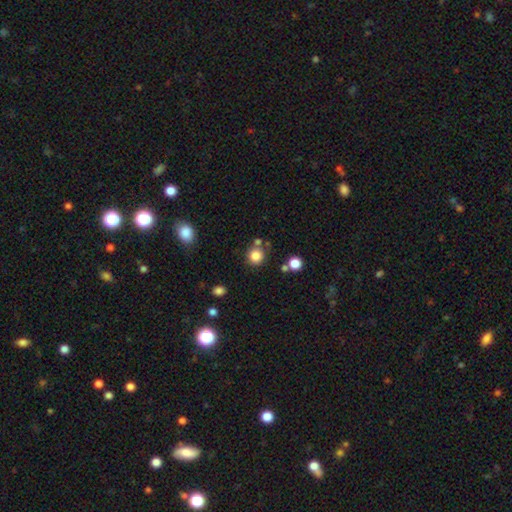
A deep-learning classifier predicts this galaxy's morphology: This is clearly a smooth galaxy (83%). How rounded: clearly round (92%). Merging: likely none (75%).